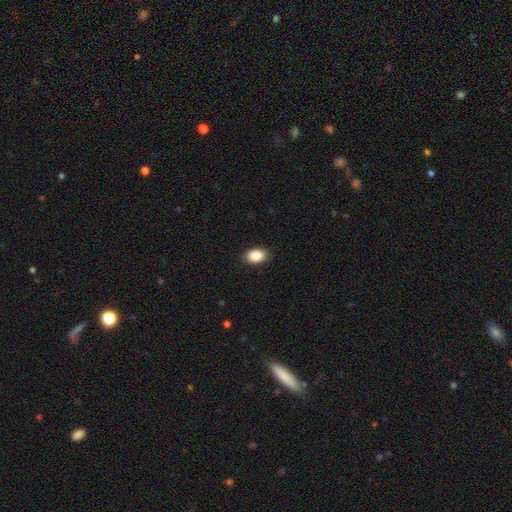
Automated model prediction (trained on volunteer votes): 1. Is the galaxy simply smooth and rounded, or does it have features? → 88% smooth, 8% star or artifact, 4% featured or disk.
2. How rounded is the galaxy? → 86% in between, 13% round, 1% cigar-shaped.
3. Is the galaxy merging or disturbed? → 89% none, 8% minor disturbance, 2% major disturbance, 1% merger.